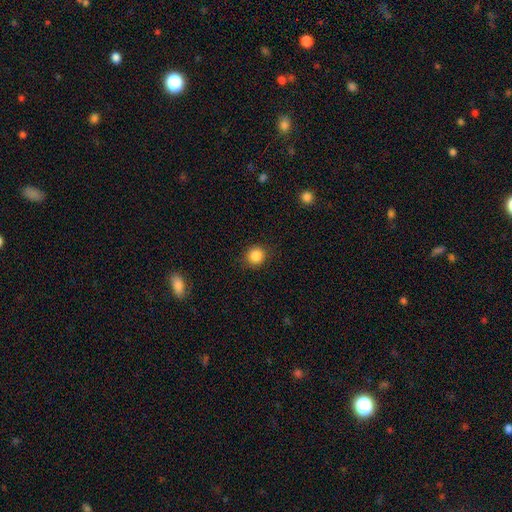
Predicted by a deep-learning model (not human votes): A smooth galaxy with no disk features (86%) that is round (87%).

Vote fractions:
- Smooth or featured? smooth: 86% / star or artifact: 10% / featured or disk: 4%
- How rounded? round: 87% / in between: 12% / cigar-shaped: 1%
- Merging? none: 88% / minor disturbance: 8% / major disturbance: 3% / merger: 1%